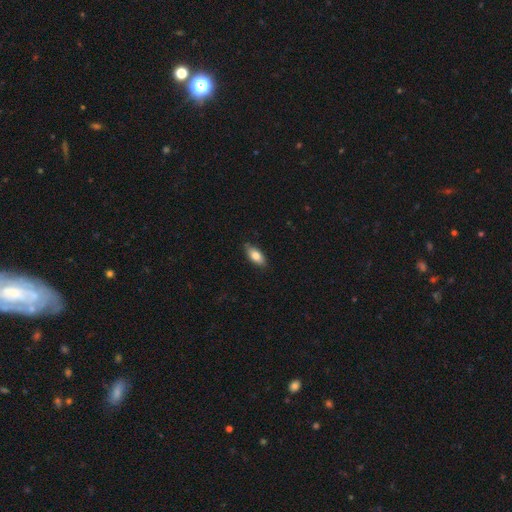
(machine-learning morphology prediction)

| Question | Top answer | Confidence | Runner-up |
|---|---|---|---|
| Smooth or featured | smooth | 79% | featured or disk (14%) |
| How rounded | in between | 85% | cigar-shaped (12%) |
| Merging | none | 83% | minor disturbance (14%) |